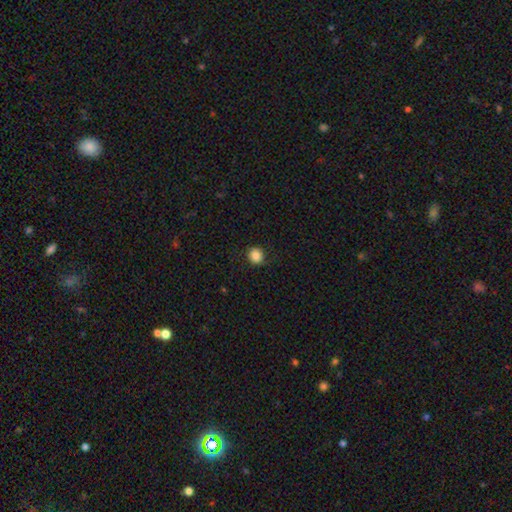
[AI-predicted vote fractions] A smooth galaxy with no disk features (84%) that is round (87%). Merging: none (87%).